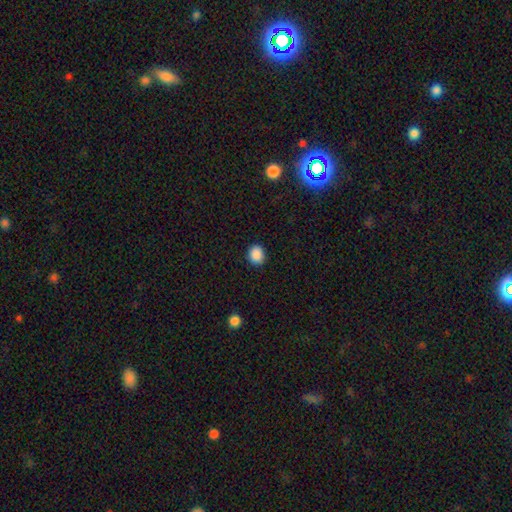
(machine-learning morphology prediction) Smooth or featured?
  - smooth: 88% *
  - star or artifact: 9%
  - featured or disk: 3%
How rounded?
  - round: 67% *
  - in between: 32%
  - cigar-shaped: 1%
Merging?
  - none: 88% *
  - minor disturbance: 9%
  - major disturbance: 2%
  - merger: 1%